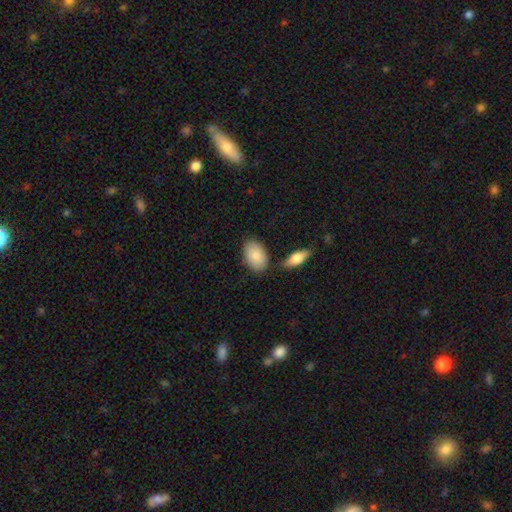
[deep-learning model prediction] The model was most divided on "merging": none: 73%, minor disturbance: 14%, merger: 10%, major disturbance: 3%. More confident: how rounded — in between (92%); smooth or featured — smooth (86%).